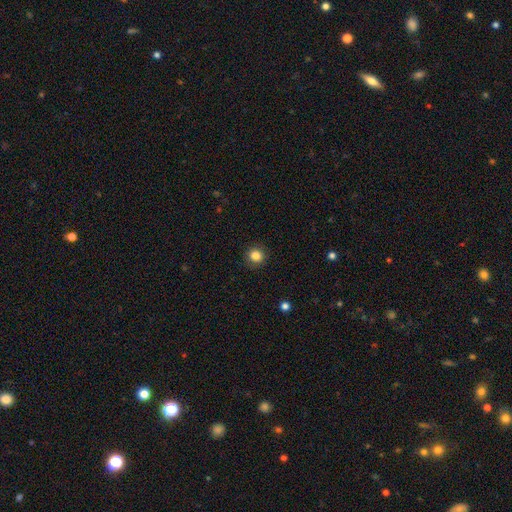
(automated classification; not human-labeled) A smooth galaxy with no disk features (85%) that is round (87%). Merging: none (90%).